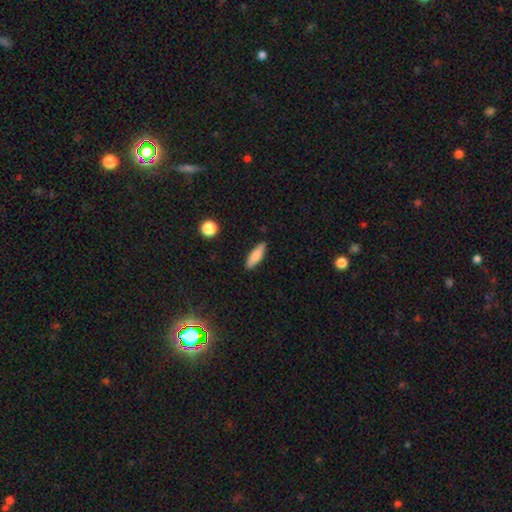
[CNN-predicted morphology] smooth_or_featured: smooth (p=0.80) [alt: featured or disk p=0.13]
how_rounded: in between (p=0.52) [alt: cigar-shaped p=0.46]
merging: none (p=0.87) [alt: minor disturbance p=0.09]